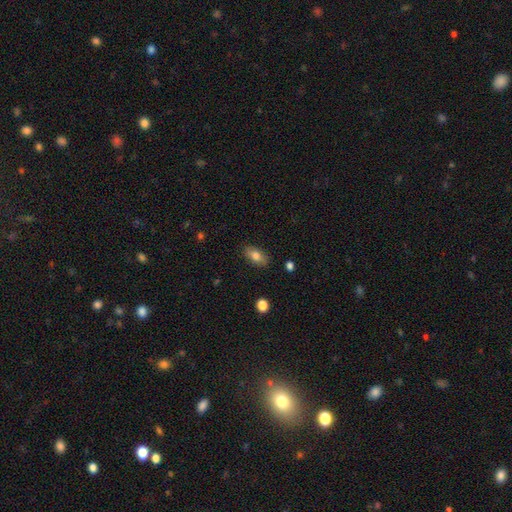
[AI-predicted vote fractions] Smooth or featured: smooth — 76% (featured or disk — 16%)
How rounded: in between — 88% (cigar-shaped — 7%)
Merging: none — 85% (minor disturbance — 11%)